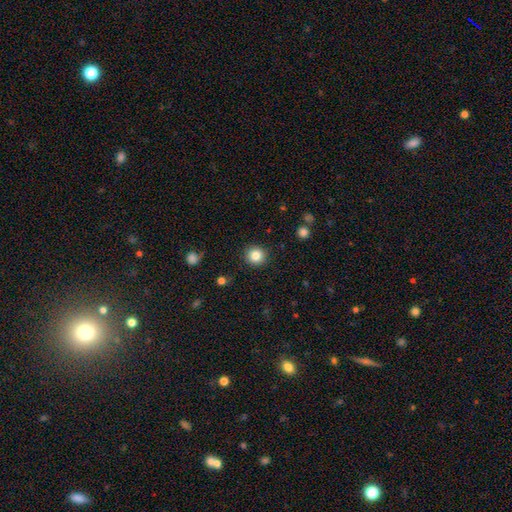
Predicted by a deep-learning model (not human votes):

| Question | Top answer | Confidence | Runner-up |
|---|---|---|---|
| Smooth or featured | smooth | 83% | star or artifact (10%) |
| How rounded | round | 93% | in between (6%) |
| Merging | none | 90% | minor disturbance (6%) |